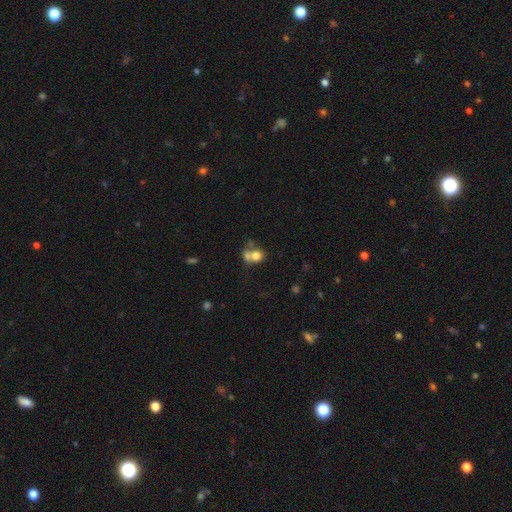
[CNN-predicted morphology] The model was most divided on "merging": merger: 59%, none: 28%, minor disturbance: 8%, major disturbance: 6%. More confident: smooth or featured — smooth (70%); how rounded — round (69%).